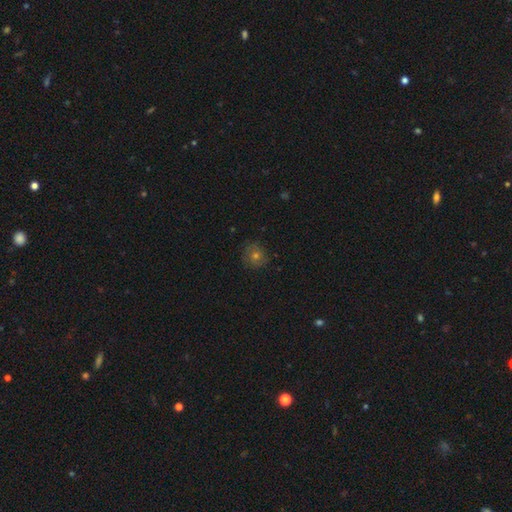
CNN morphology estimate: Smooth or featured: smooth — 49% (featured or disk — 27%)
Merging: none — 83% (minor disturbance — 12%)